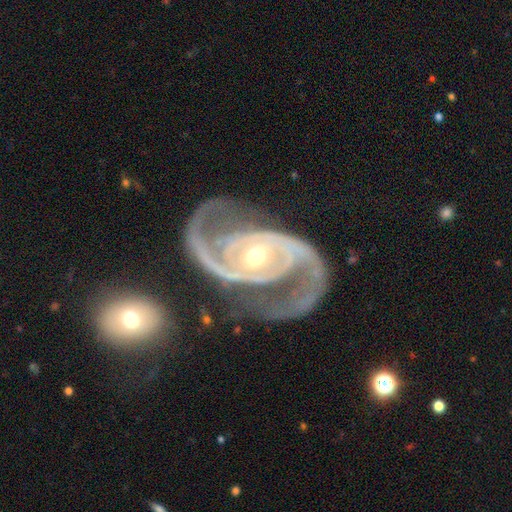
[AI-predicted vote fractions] smooth-or-featured: featured or disk: 94% | star or artifact: 4% | smooth: 2%
  disk-edge-on: no: 98% | yes: 2%
    bar: no: 44% | weak: 31% | strong: 26%
    has-spiral-arms: yes: 98% | no: 2%
      spiral-winding: medium: 58% | tight: 28% | loose: 14%
      spiral-arm-count: 2: 92% | 3: 2% | can't tell: 2% | 1: 1% | 4: 1% | more than 4: 1%
    bulge-size: moderate: 53% | small: 43% | large: 3% | dominant: 1% | none: 1%
  merging: none: 67% | minor disturbance: 16% | major disturbance: 13% | merger: 4%